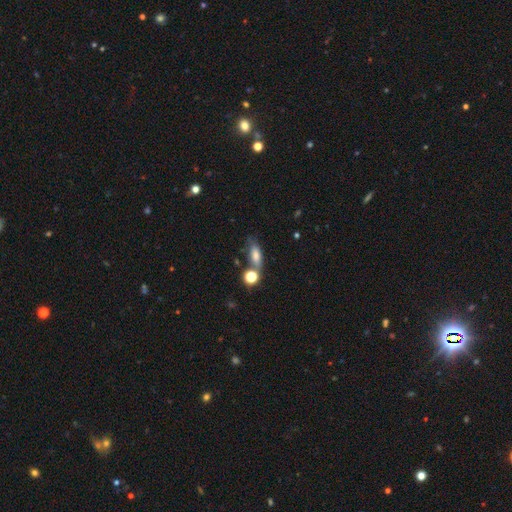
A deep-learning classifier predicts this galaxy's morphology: Smooth or featured: smooth — 72% (featured or disk — 16%)
How rounded: in between — 65% (cigar-shaped — 26%)
Merging: none — 51% (merger — 21%)